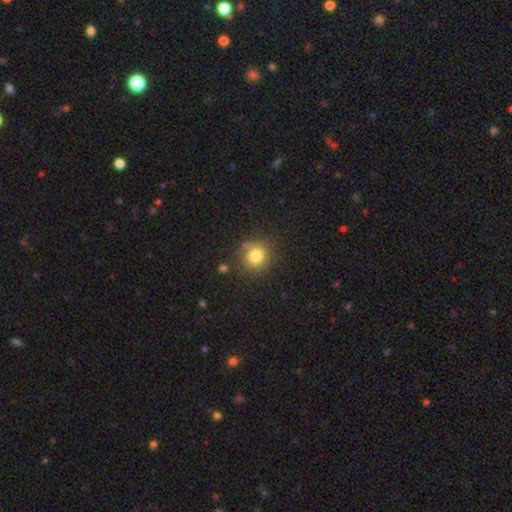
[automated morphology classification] type=smooth (78%); roundness=round (88%); merging=none (78%).